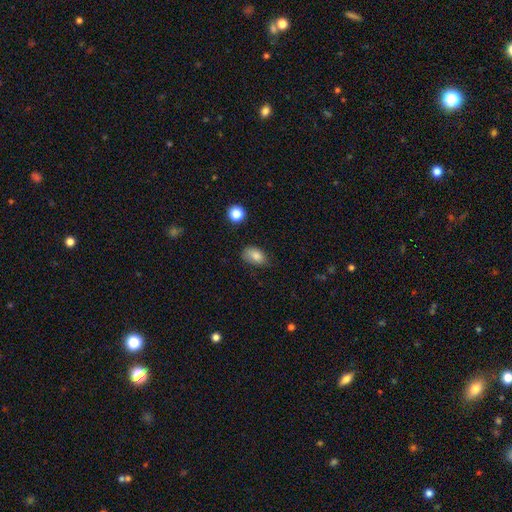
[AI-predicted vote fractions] smooth-or-featured: smooth: 83% | star or artifact: 10% | featured or disk: 8%
  how-rounded: in between: 87% | round: 12% | cigar-shaped: 2%
  merging: none: 61% | minor disturbance: 30% | major disturbance: 7% | merger: 2%